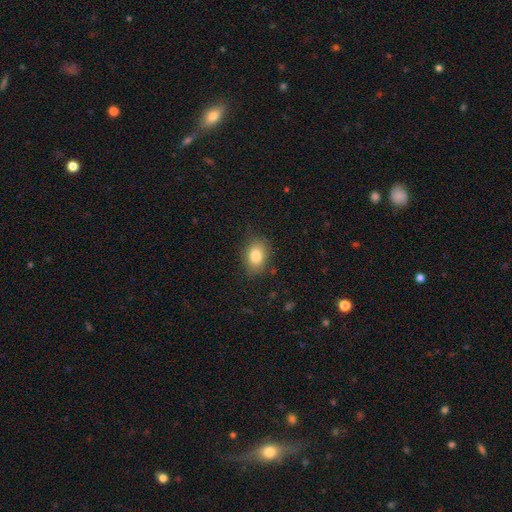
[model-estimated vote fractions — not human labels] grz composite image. It shows a smooth galaxy with no disk features (82%) that is in between round and cigar-shaped (74%). Merging: none (82%).